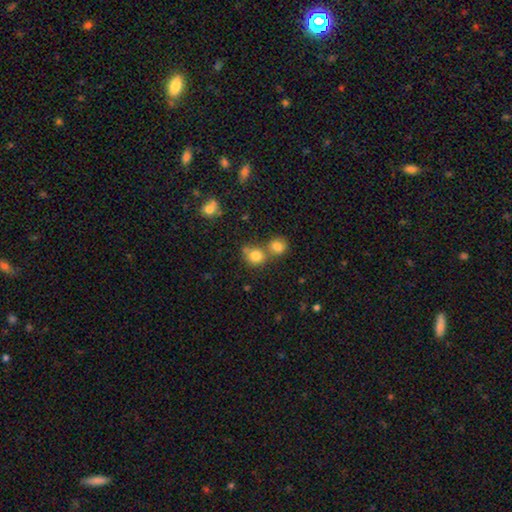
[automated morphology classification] smooth 80%, star or artifact 12%, featured or disk 7%. Down the decision tree: how rounded — round (83%); merging — none (50%).